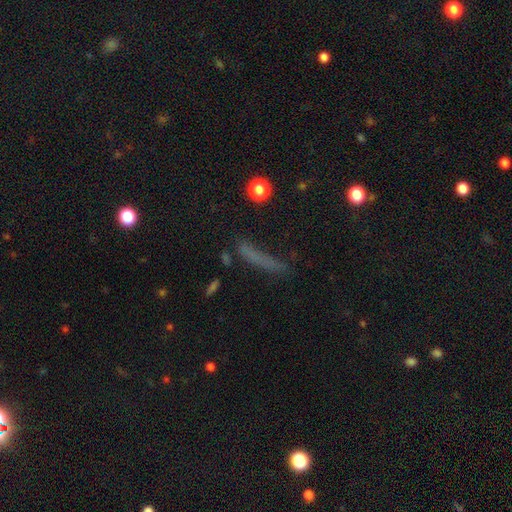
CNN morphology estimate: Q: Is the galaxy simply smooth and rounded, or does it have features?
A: smooth — 49%.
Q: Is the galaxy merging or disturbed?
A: none — 62%.